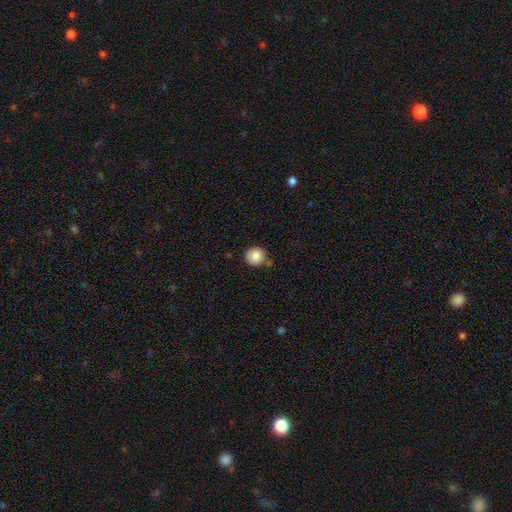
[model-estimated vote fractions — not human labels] Smooth or featured: smooth — 83% (featured or disk — 9%)
How rounded: round — 92% (in between — 7%)
Merging: none — 80% (minor disturbance — 12%)